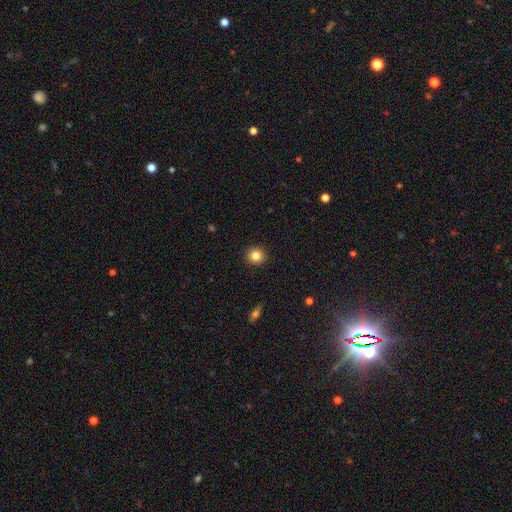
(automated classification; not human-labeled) A smooth galaxy with no disk features (83%) that is round (93%).

Vote fractions:
- Smooth or featured? smooth: 83% / star or artifact: 11% / featured or disk: 6%
- How rounded? round: 93% / in between: 7% / cigar-shaped: 1%
- Merging? none: 93% / minor disturbance: 5% / major disturbance: 2% / merger: 1%